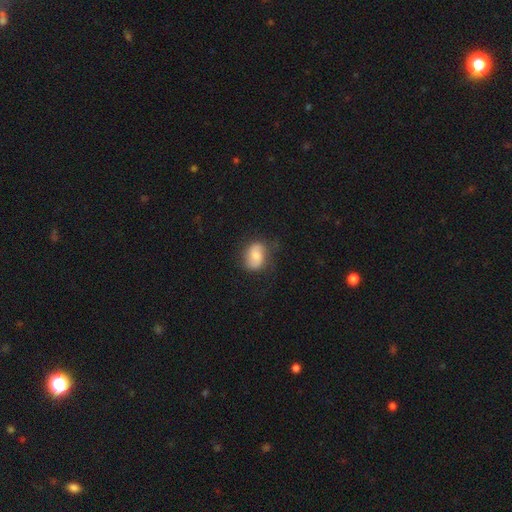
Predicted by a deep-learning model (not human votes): Smooth or featured?
  - smooth: 58% *
  - featured or disk: 35%
  - star or artifact: 8%
How rounded?
  - in between: 69% *
  - round: 30%
  - cigar-shaped: 1%
Merging?
  - none: 66% *
  - minor disturbance: 24%
  - major disturbance: 9%
  - merger: 1%